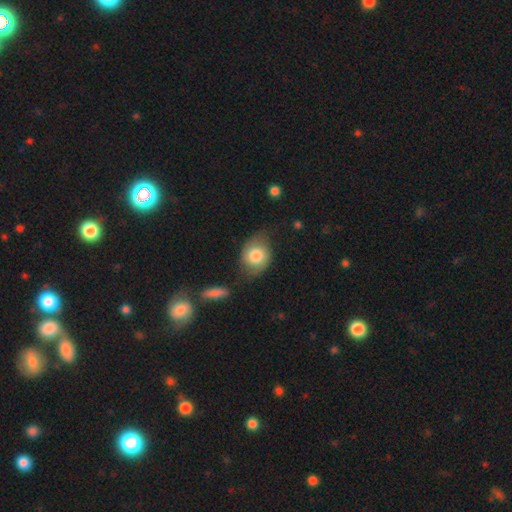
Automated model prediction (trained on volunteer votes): The model was most divided on "how rounded": in between: 59%, round: 40%, cigar-shaped: 1%. More confident: smooth or featured — smooth (68%); merging — none (59%).